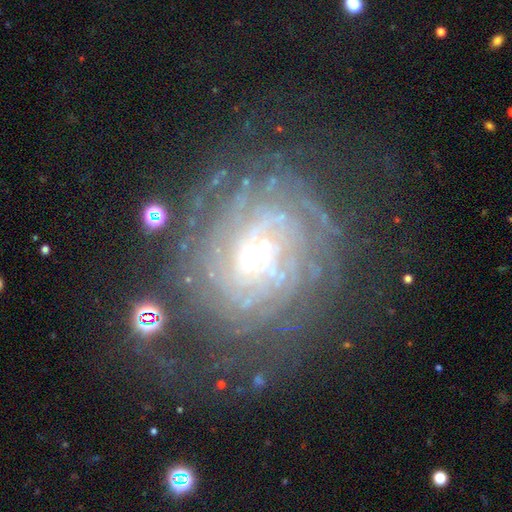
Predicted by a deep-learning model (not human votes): This appears to be a featured or disk galaxy (86%) with a weak bar (43%), tight (77%) spiral arms (95%) and a small central bulge (61%). Merging: none (69%).